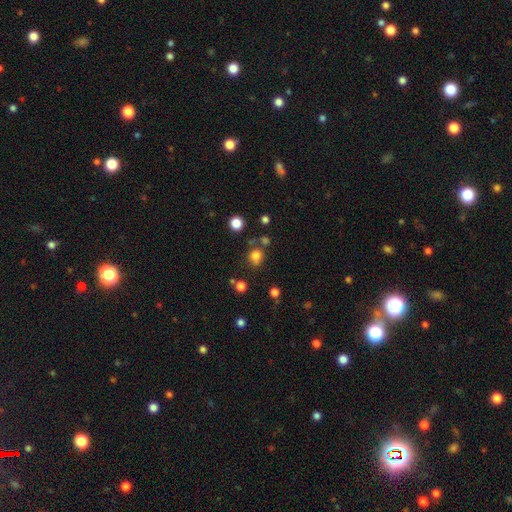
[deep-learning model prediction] smooth-or-featured: smooth: 77% | star or artifact: 17% | featured or disk: 6%
  how-rounded: round: 77% | in between: 22% | cigar-shaped: 1%
  merging: none: 66% | minor disturbance: 15% | merger: 13% | major disturbance: 6%